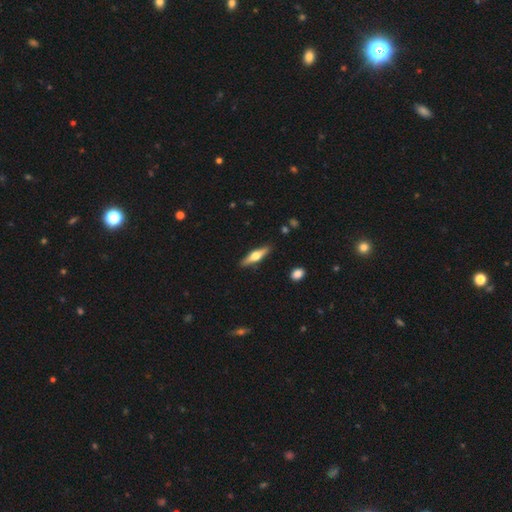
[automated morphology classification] A featured or disk galaxy (56%) viewed edge-on (95%) with a rounded central bulge (94%). Merging: none (89%).